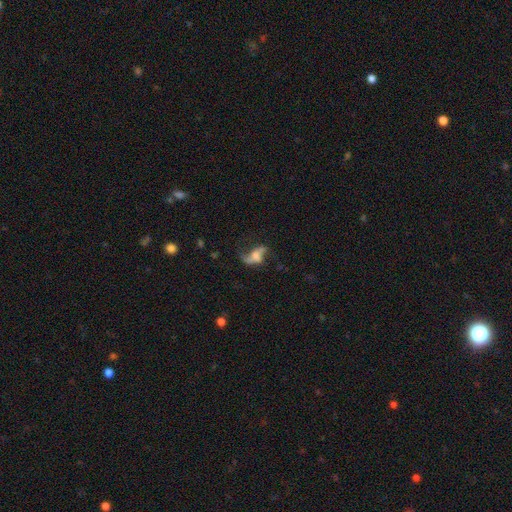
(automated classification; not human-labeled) smooth_or_featured: featured or disk (p=0.72) [alt: smooth p=0.18]
disk_edge_on: no (p=0.92) [alt: yes p=0.08]
bar: no (p=0.46) [alt: weak p=0.34]
has_spiral_arms: yes (p=0.87) [alt: no p=0.13]
spiral_winding: loose (p=0.85) [alt: medium p=0.12]
spiral_arm_count: 2 (p=0.86) [alt: 1 p=0.07]
bulge_size: moderate (p=0.36) [alt: small p=0.31]
merging: none (p=0.53) [alt: major disturbance p=0.24]